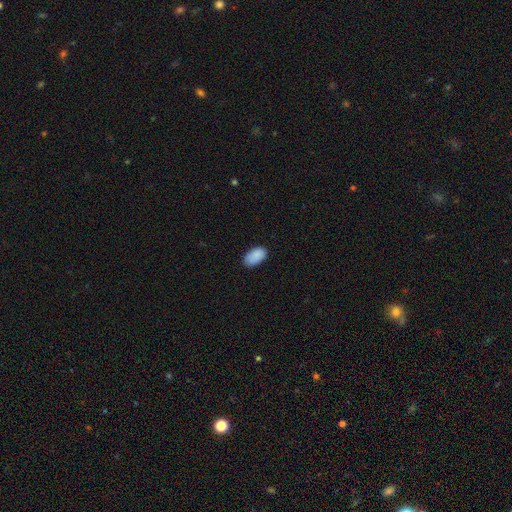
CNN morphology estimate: Smooth or featured? Predicted: smooth (p=0.89). How rounded? Predicted: in between (p=0.94). Merging? Predicted: none (p=0.79).